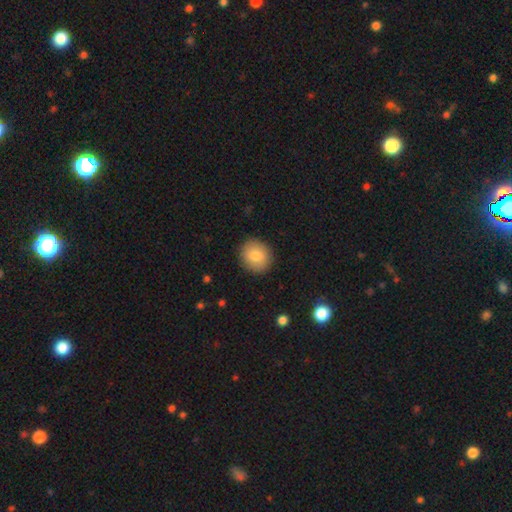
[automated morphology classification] The model was most divided on "how rounded": round: 79%, in between: 20%, cigar-shaped: 1%. More confident: merging — none (90%); smooth or featured — smooth (83%).